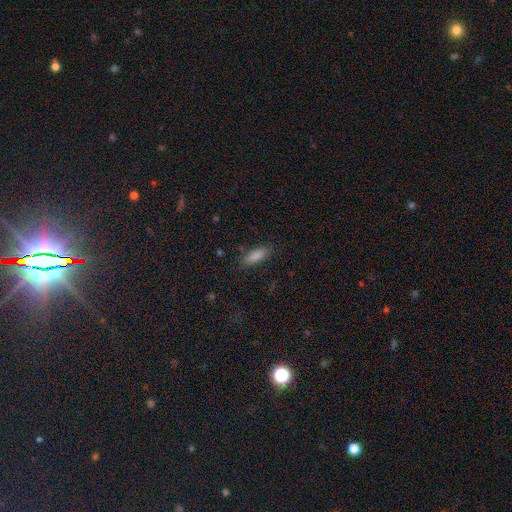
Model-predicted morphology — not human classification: Smooth or featured? smooth (81%)
How rounded? in between (61%)
Merging? none (84%)